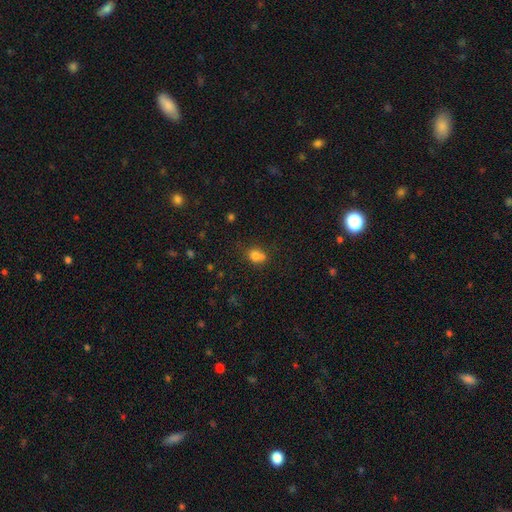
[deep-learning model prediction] Smooth or featured? Predicted: smooth (p=0.75). How rounded? Predicted: round (p=0.63). Merging? Predicted: none (p=0.41).